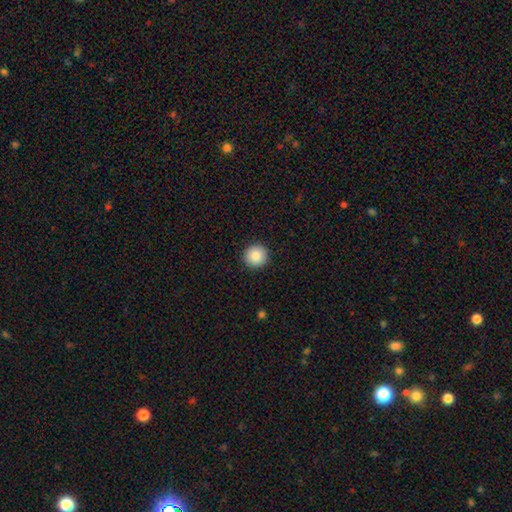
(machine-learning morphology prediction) Smooth or featured? smooth (88%)
How rounded? round (96%)
Merging? none (93%)